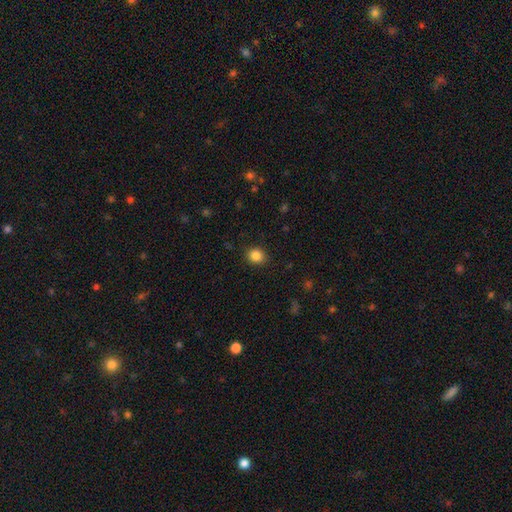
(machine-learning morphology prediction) This appears to be a smooth galaxy with no disk features (85%) that is round (74%). Merging: none (90%).